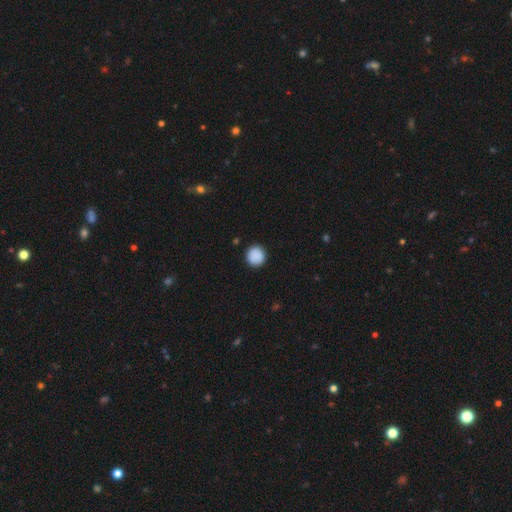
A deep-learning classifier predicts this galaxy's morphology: Smooth or featured? smooth (89%)
How rounded? round (94%)
Merging? none (91%)